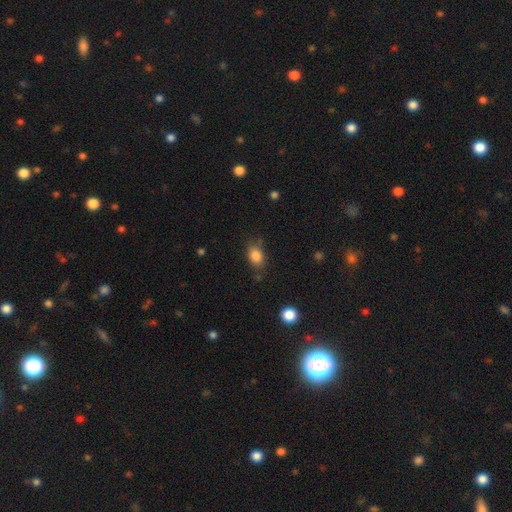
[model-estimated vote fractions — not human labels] Overall: smooth (85%). How rounded: in between (71%). Merging: none (71%).